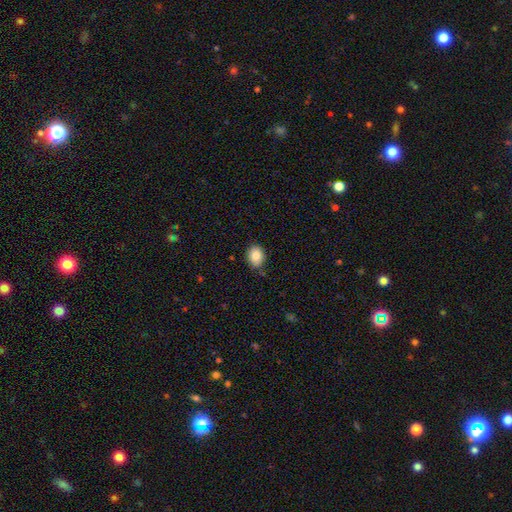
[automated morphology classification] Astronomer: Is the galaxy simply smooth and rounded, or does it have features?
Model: smooth — 86%.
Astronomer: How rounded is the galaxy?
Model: in between — 51% (runner-up: round, 48%).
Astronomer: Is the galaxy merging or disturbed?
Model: none — 82%.